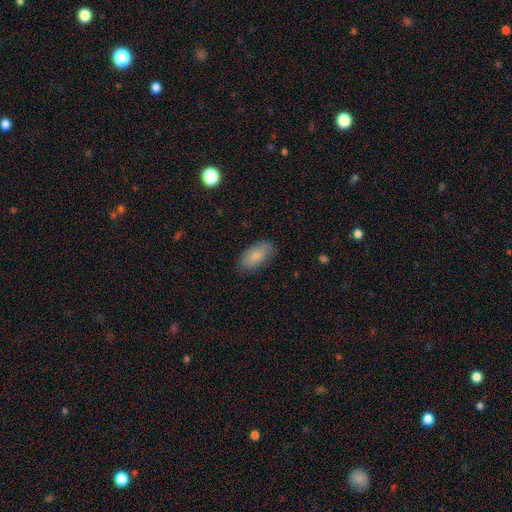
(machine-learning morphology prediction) Smooth or featured: smooth — 83% (featured or disk — 11%)
How rounded: in between — 93% (cigar-shaped — 5%)
Merging: none — 80% (minor disturbance — 15%)